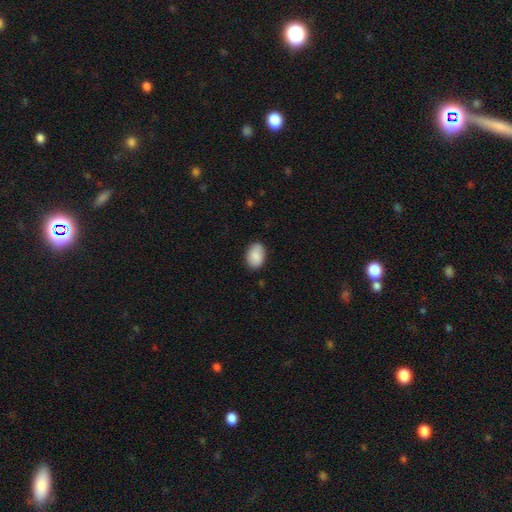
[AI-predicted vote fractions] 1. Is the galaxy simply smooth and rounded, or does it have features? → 87% smooth, 7% featured or disk, 6% star or artifact.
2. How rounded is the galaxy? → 84% in between, 15% round, 1% cigar-shaped.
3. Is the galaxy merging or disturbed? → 84% none, 13% minor disturbance, 2% major disturbance, 1% merger.